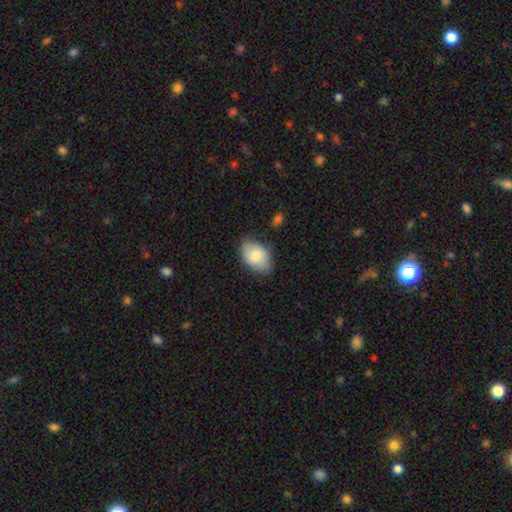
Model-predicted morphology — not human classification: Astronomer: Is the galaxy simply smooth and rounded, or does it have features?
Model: smooth — 75%.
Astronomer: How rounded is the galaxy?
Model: in between — 87%.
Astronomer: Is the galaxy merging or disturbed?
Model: none — 73%.